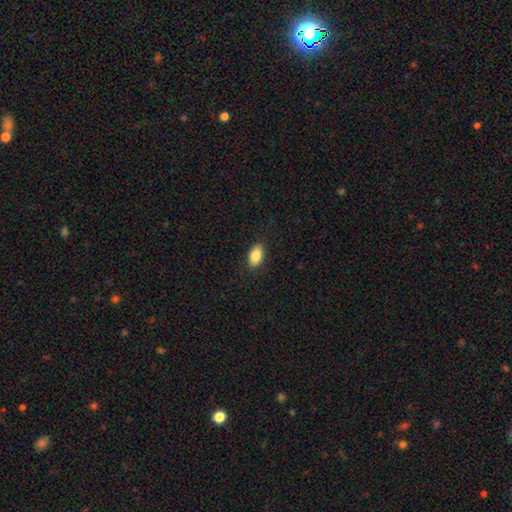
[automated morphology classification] smooth_or_featured: smooth (p=0.87) [alt: star or artifact p=0.08]
how_rounded: in between (p=0.91) [alt: round p=0.07]
merging: none (p=0.89) [alt: minor disturbance p=0.08]